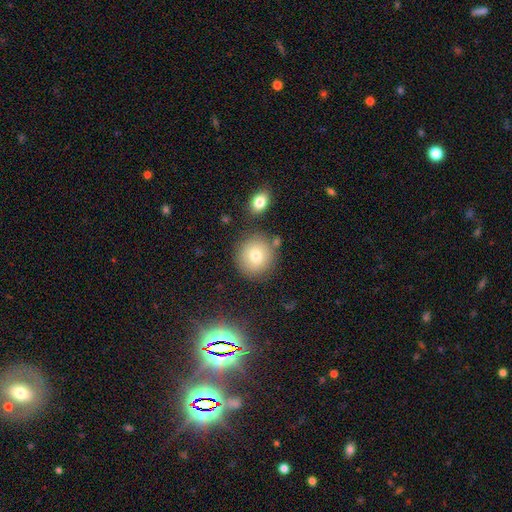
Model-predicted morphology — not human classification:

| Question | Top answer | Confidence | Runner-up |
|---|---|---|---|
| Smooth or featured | smooth | 76% | featured or disk (12%) |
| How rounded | round | 90% | in between (9%) |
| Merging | none | 80% | minor disturbance (10%) |